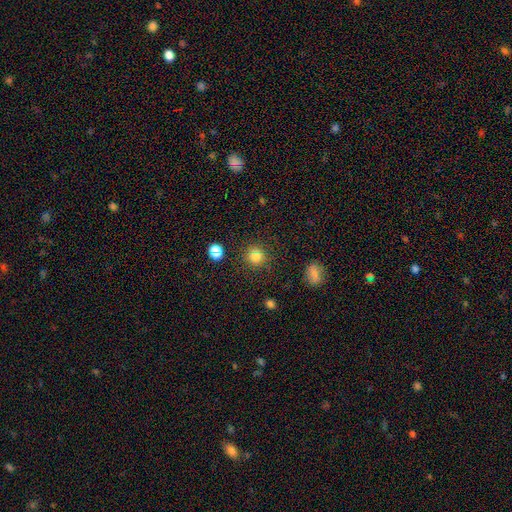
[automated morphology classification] smooth_or_featured: smooth (p=0.78) [alt: star or artifact p=0.16]
how_rounded: round (p=0.91) [alt: in between p=0.08]
merging: none (p=0.85) [alt: minor disturbance p=0.08]